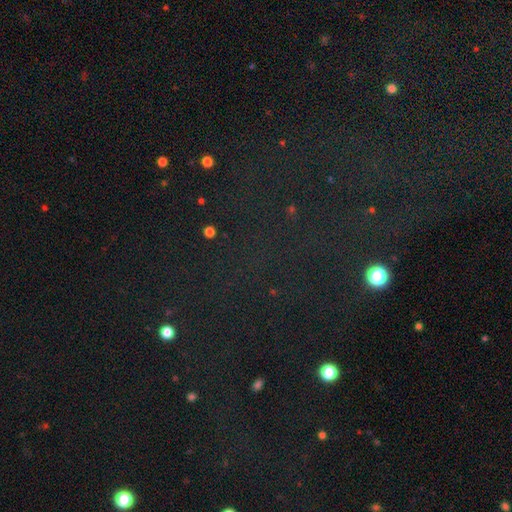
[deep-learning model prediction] This appears to be a star or artifact, not a galaxy (76%).